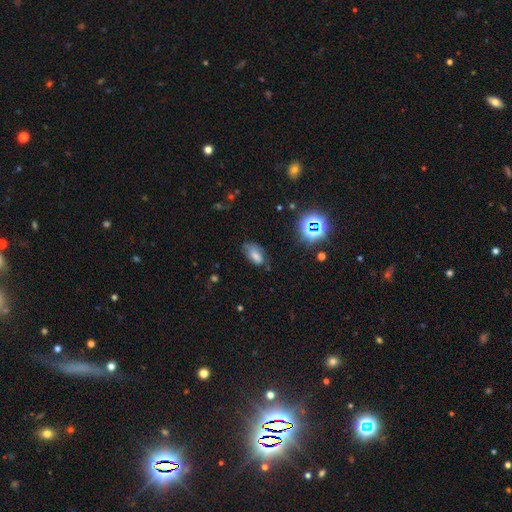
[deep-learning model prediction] smooth 65%, star or artifact 18%, featured or disk 17%. Down the decision tree: how rounded — in between (90%); merging — none (53%).